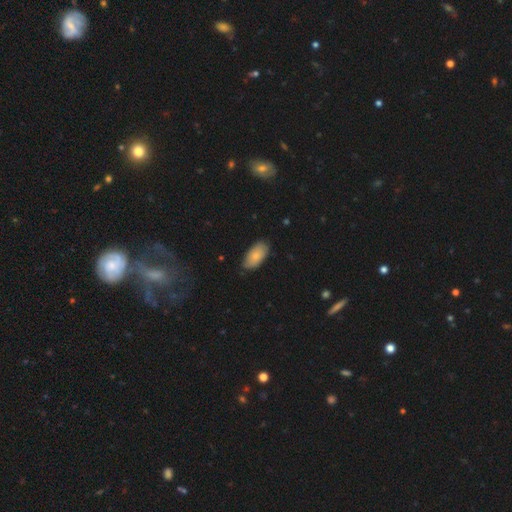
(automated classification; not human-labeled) Smooth or featured? Predicted: smooth (p=0.80). How rounded? Predicted: in between (p=0.94). Merging? Predicted: none (p=0.80).